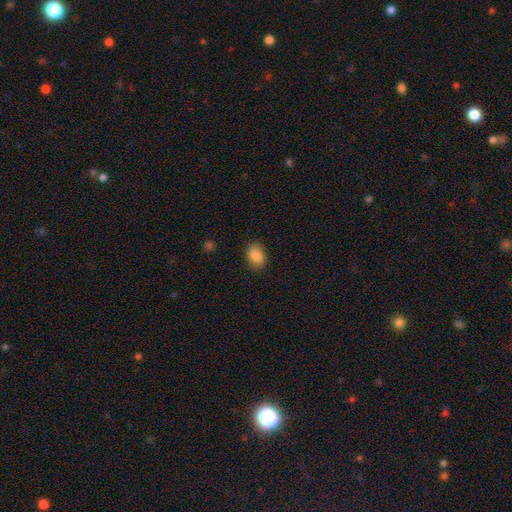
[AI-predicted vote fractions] Morphology: type=smooth (85%); roundness=in between (77%); merging=none (86%).